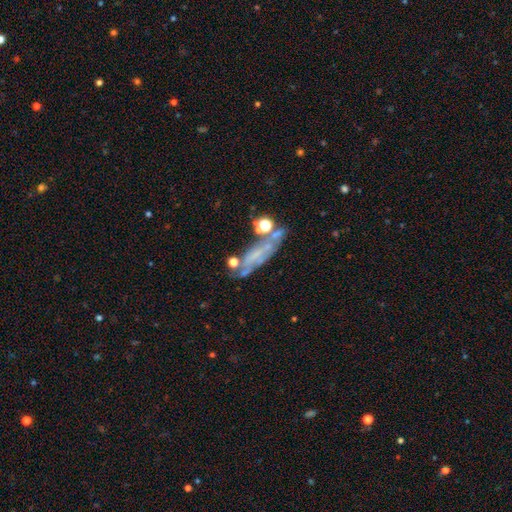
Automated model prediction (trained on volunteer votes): smooth_or_featured: featured or disk (p=0.52) [alt: smooth p=0.32]
disk_edge_on: no (p=0.67) [alt: yes p=0.33]
merging: none (p=0.47) [alt: minor disturbance p=0.21]